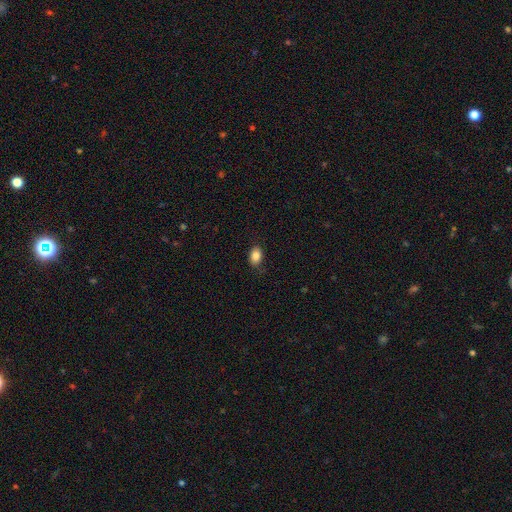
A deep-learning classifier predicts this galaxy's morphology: Smooth or featured?
  - smooth: 85% *
  - star or artifact: 8%
  - featured or disk: 6%
How rounded?
  - in between: 83% *
  - round: 15%
  - cigar-shaped: 1%
Merging?
  - none: 83% *
  - minor disturbance: 13%
  - major disturbance: 3%
  - merger: 1%